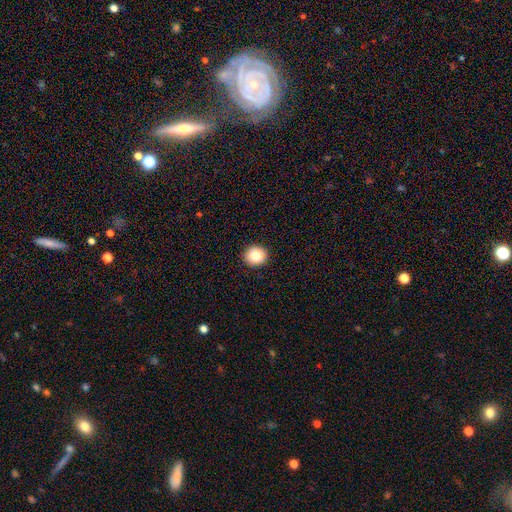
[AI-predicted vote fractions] Q: Smooth or featured?
A: smooth (82%); runner-up: star or artifact (10%)
Q: How rounded?
A: round (87%); runner-up: in between (12%)
Q: Merging?
A: none (93%); runner-up: minor disturbance (5%)